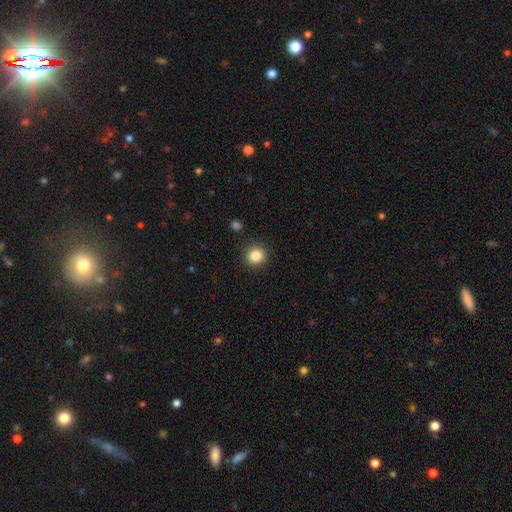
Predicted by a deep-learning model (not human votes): Smooth or featured? Predicted: smooth (p=0.85). How rounded? Predicted: round (p=0.90). Merging? Predicted: none (p=0.90).